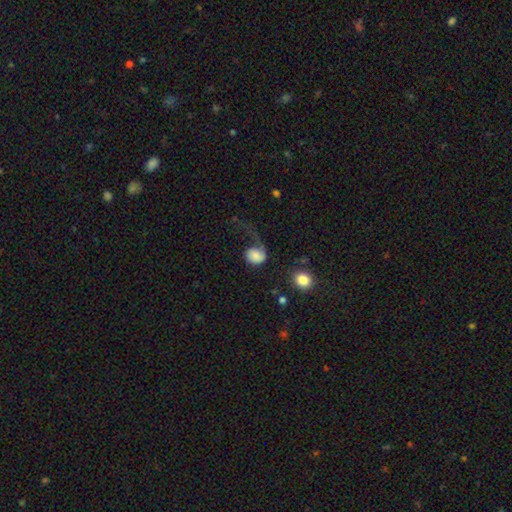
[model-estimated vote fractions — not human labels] Smooth or featured?
  - smooth: 67% *
  - featured or disk: 25%
  - star or artifact: 8%
How rounded?
  - round: 62% *
  - in between: 37%
  - cigar-shaped: 1%
Merging?
  - major disturbance: 56% *
  - none: 24%
  - minor disturbance: 16%
  - merger: 5%